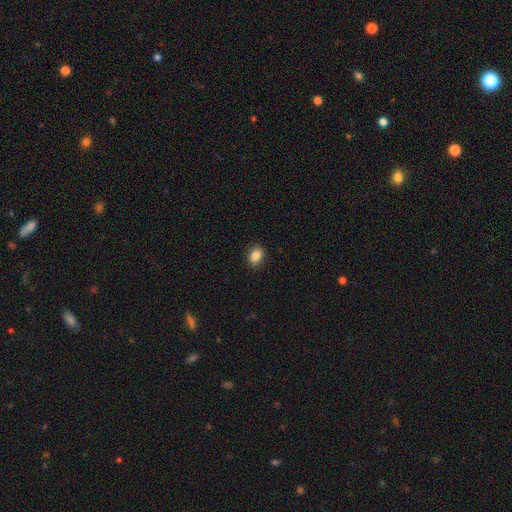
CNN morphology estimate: A smooth galaxy with no disk features (86%) that is in between round and cigar-shaped (69%). Merging: none (88%).